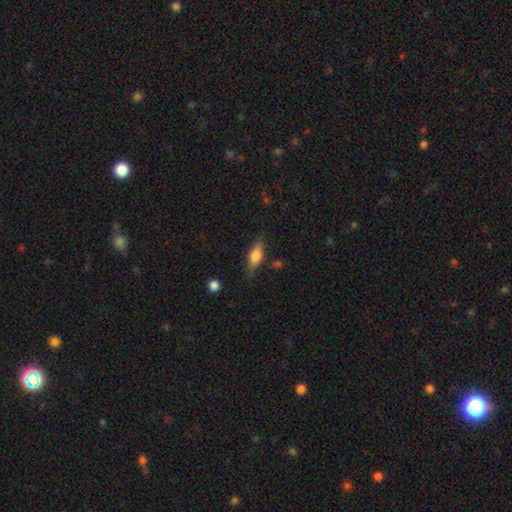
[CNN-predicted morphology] type=smooth (62%); roundness=in between (66%); merging=none (75%).